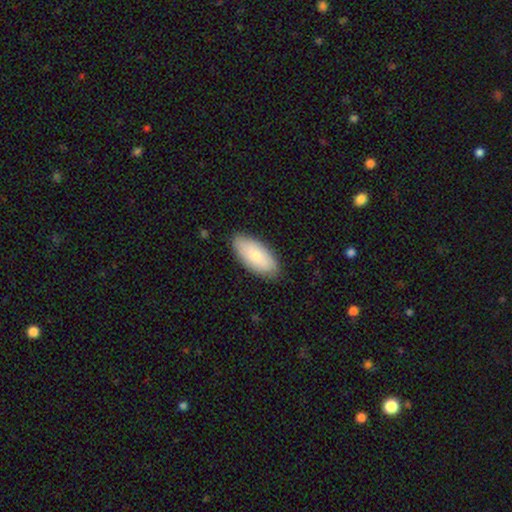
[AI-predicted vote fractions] The model was most divided on "smooth or featured": smooth: 77%, featured or disk: 18%, star or artifact: 6%. More confident: how rounded — in between (92%); merging — none (84%).